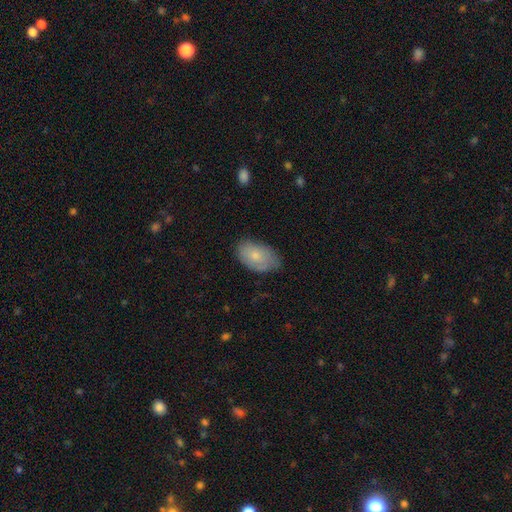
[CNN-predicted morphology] type=smooth (74%); roundness=in between (92%); merging=none (70%).